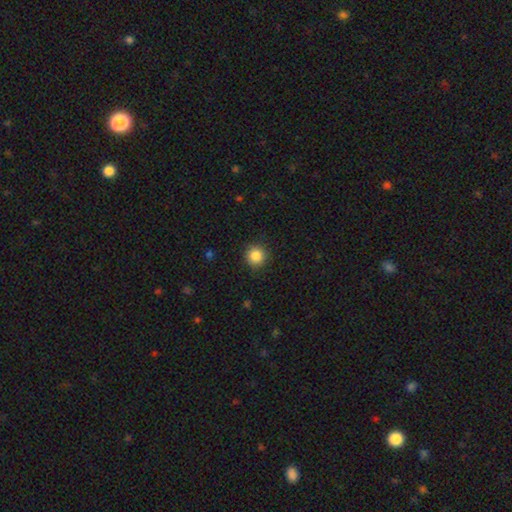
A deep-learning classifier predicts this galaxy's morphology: smooth 85%, star or artifact 11%, featured or disk 5%. Down the decision tree: how rounded — round (94%); merging — none (89%).